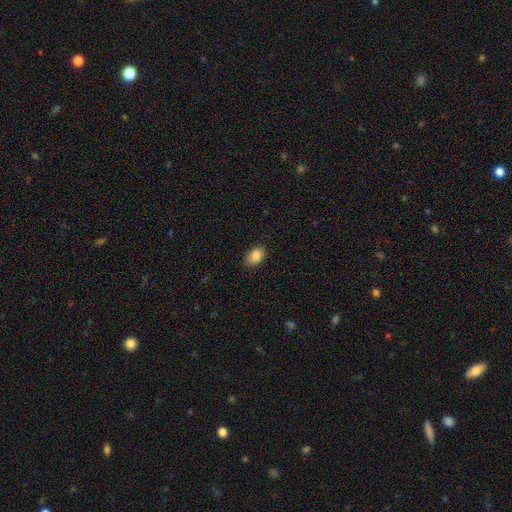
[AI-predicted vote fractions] Morphology: type=smooth (85%); roundness=in between (79%); merging=none (81%).